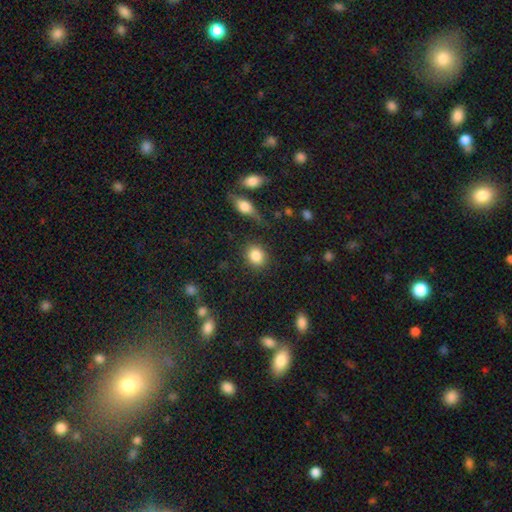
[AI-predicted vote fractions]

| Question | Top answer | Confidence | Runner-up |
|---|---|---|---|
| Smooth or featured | smooth | 85% | star or artifact (8%) |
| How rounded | round | 71% | in between (28%) |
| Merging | none | 84% | minor disturbance (9%) |